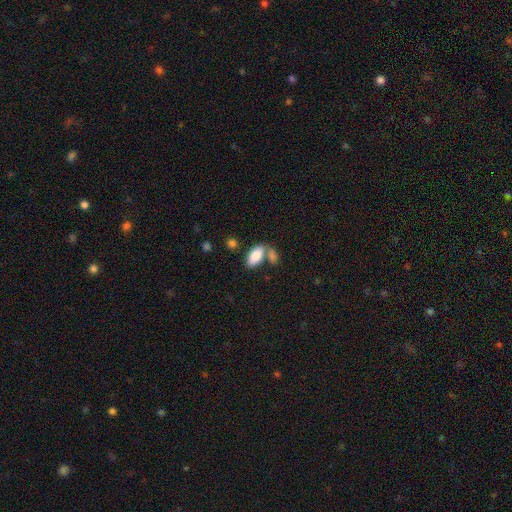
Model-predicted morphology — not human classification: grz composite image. It shows a smooth galaxy with no disk features (84%) that is in between round and cigar-shaped (93%). Merging: none (51%).